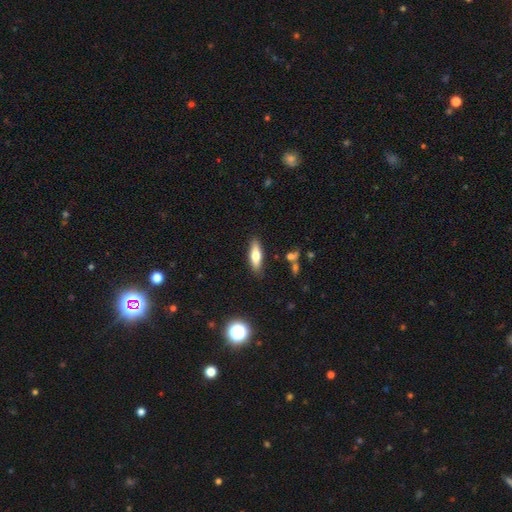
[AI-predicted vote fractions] A smooth galaxy with no disk features (65%) that is cigar-shaped (52%). Merging: none (86%).